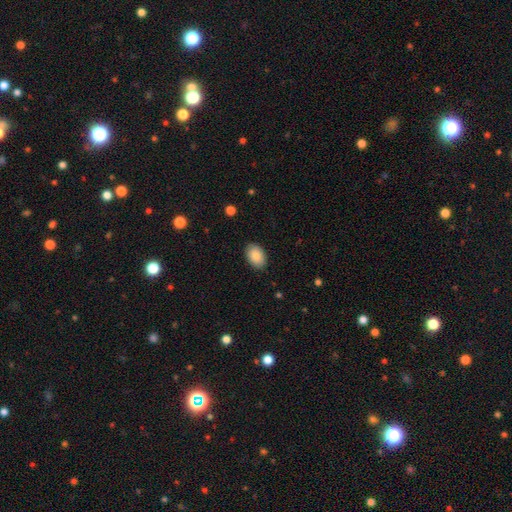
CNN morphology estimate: Smooth or featured? smooth (87%)
How rounded? in between (88%)
Merging? none (87%)